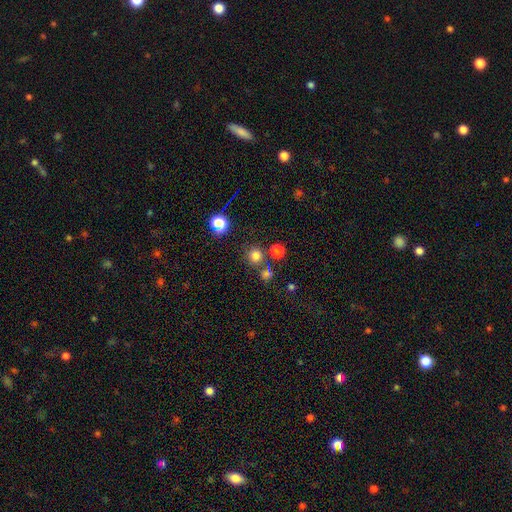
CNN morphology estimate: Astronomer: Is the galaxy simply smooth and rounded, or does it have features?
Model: smooth — 74%.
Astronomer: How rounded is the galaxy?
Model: round — 92%.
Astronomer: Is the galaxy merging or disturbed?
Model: none — 78%.